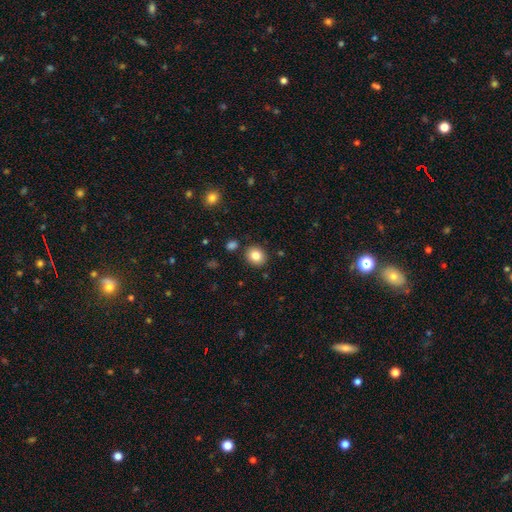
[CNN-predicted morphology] type=smooth (84%); roundness=round (70%); merging=none (87%).